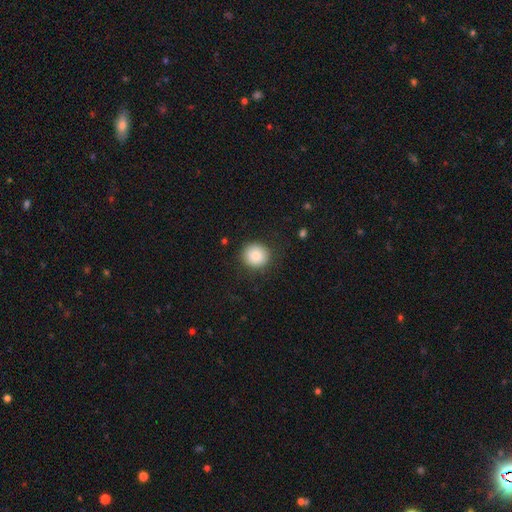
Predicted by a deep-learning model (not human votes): Smooth or featured?
  - smooth: 84% *
  - star or artifact: 9%
  - featured or disk: 8%
How rounded?
  - round: 92% *
  - in between: 8%
  - cigar-shaped: 1%
Merging?
  - none: 87% *
  - minor disturbance: 9%
  - major disturbance: 3%
  - merger: 1%